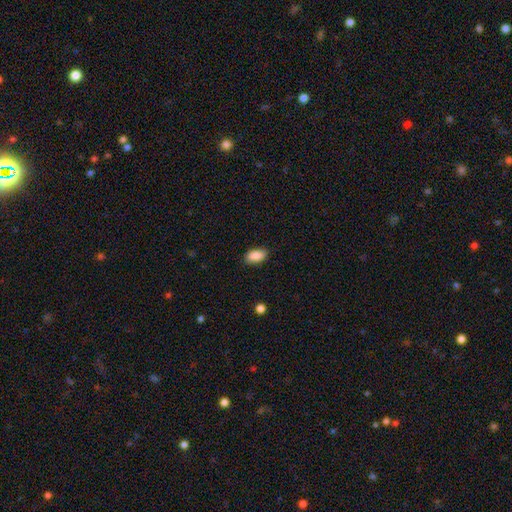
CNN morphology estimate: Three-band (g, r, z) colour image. It shows a smooth galaxy with no disk features (89%) that is in between round and cigar-shaped (91%). Merging: none (87%).